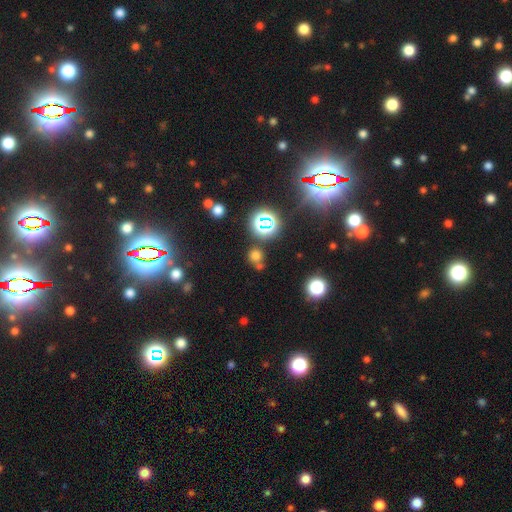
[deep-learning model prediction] This appears to be a smooth galaxy with no disk features (59%) that is round (88%). Merging: none (65%).